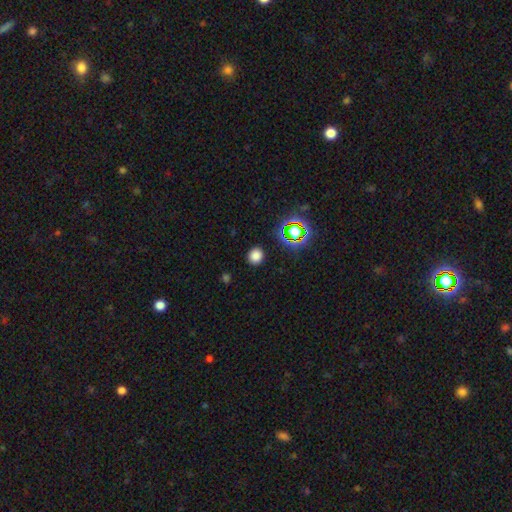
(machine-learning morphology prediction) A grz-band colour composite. It shows a smooth galaxy with no disk features (75%) that is round (82%). Merging: none (89%).